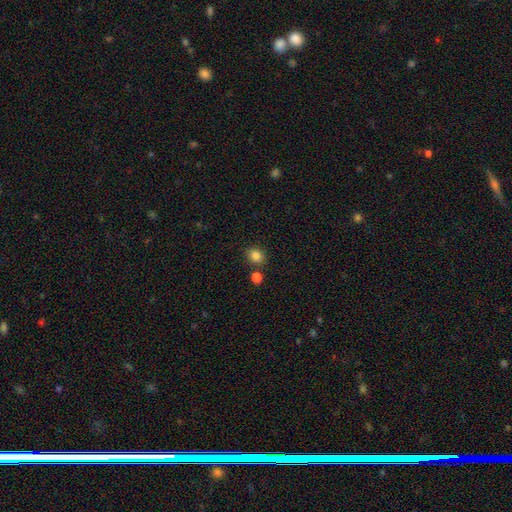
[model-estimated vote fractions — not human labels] Smooth or featured? Predicted: smooth (p=0.84). How rounded? Predicted: round (p=0.66). Merging? Predicted: none (p=0.78).